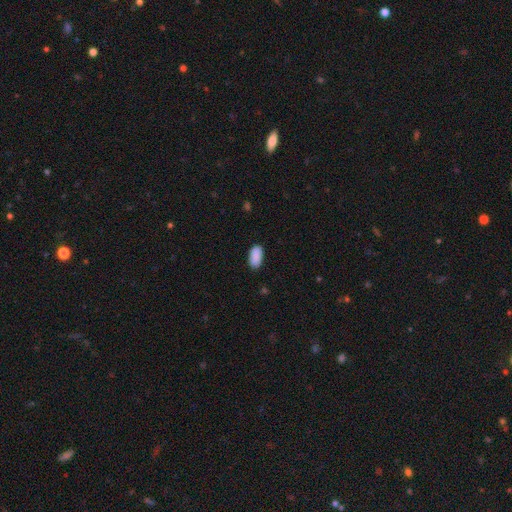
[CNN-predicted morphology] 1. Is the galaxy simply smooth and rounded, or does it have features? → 90% smooth, 6% star or artifact, 3% featured or disk.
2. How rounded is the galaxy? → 94% in between, 4% cigar-shaped, 2% round.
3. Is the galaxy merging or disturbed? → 86% none, 11% minor disturbance, 2% major disturbance, 1% merger.